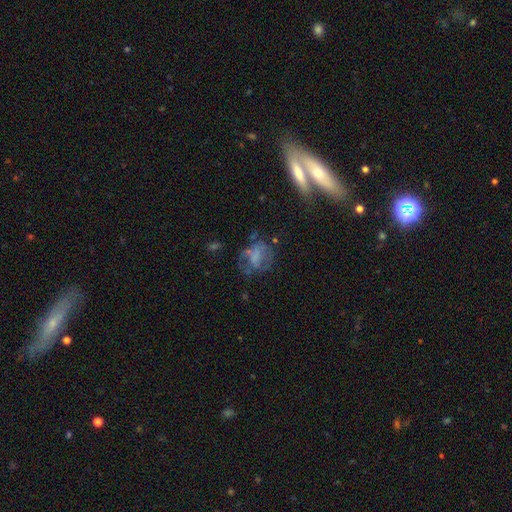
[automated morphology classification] Smooth or featured: featured or disk — 44% (smooth — 41%)
Merging: none — 41% (major disturbance — 31%)